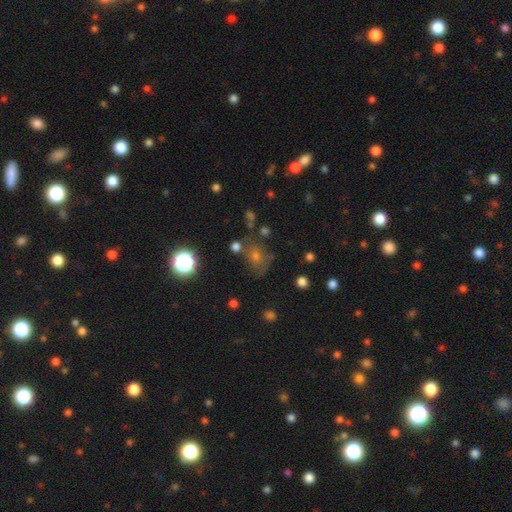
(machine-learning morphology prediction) smooth_or_featured: smooth (p=0.47) [alt: star or artifact p=0.34]
merging: none (p=0.61) [alt: minor disturbance p=0.19]